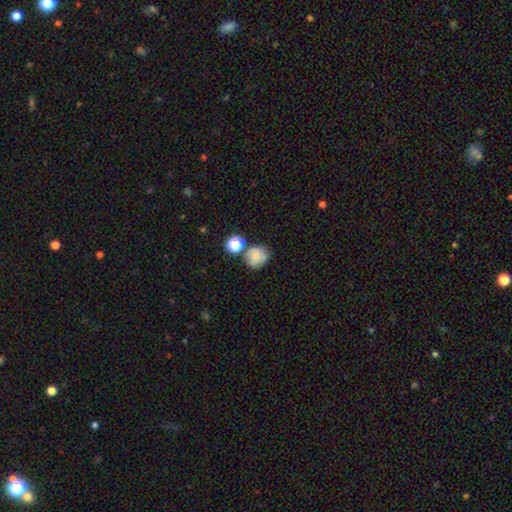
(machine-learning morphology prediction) type=smooth (75%); roundness=round (75%); merging=none (60%).